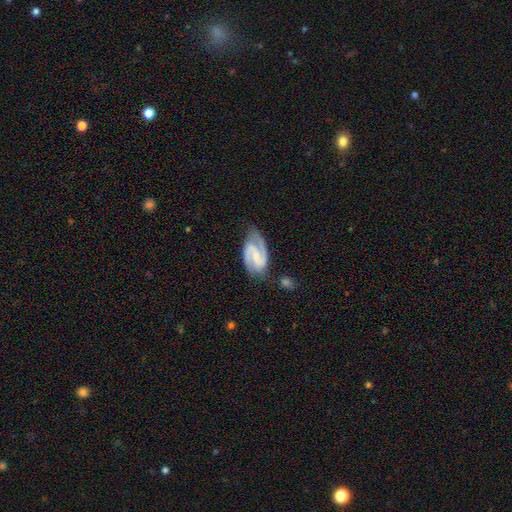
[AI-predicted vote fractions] Q: Smooth or featured?
A: featured or disk (90%); runner-up: smooth (6%)
Q: Edge-on disk?
A: no (98%); runner-up: yes (2%)
Q: Bar?
A: weak (48%); runner-up: strong (27%)
Q: Spiral arms?
A: yes (98%); runner-up: no (2%)
Q: Spiral winding?
A: medium (53%); runner-up: tight (36%)
Q: Spiral arm count?
A: 2 (92%); runner-up: can't tell (2%)
Q: Bulge size?
A: small (54%); runner-up: moderate (22%)
Q: Merging?
A: none (76%); runner-up: minor disturbance (17%)